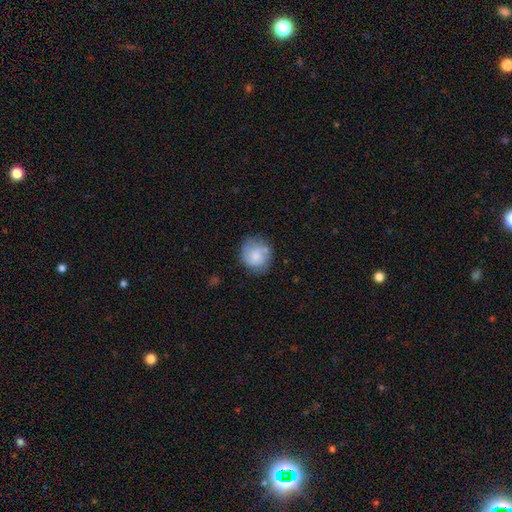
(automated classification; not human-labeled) A smooth galaxy with no disk features (63%) that is round (83%).

Vote fractions:
- Smooth or featured? smooth: 63% / featured or disk: 29% / star or artifact: 8%
- How rounded? round: 83% / in between: 16% / cigar-shaped: 1%
- Merging? none: 63% / minor disturbance: 25% / major disturbance: 9% / merger: 4%